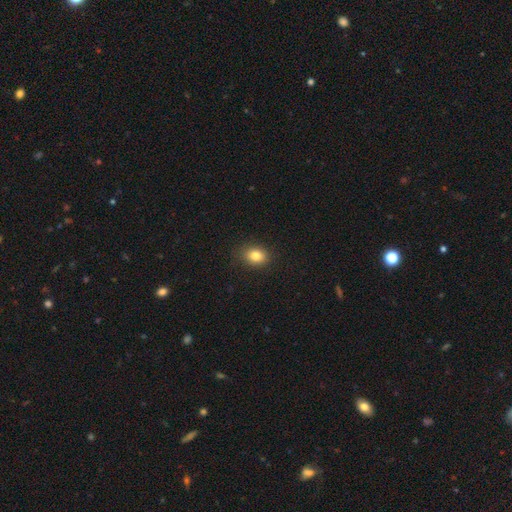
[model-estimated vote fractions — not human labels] Q: Smooth or featured?
A: smooth (82%); runner-up: star or artifact (11%)
Q: How rounded?
A: in between (56%); runner-up: round (43%)
Q: Merging?
A: none (87%); runner-up: minor disturbance (9%)